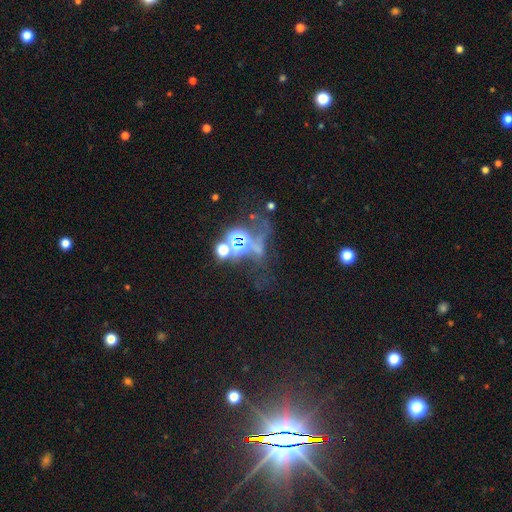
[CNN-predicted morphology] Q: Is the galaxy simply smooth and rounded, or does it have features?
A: star or artifact — 70%.